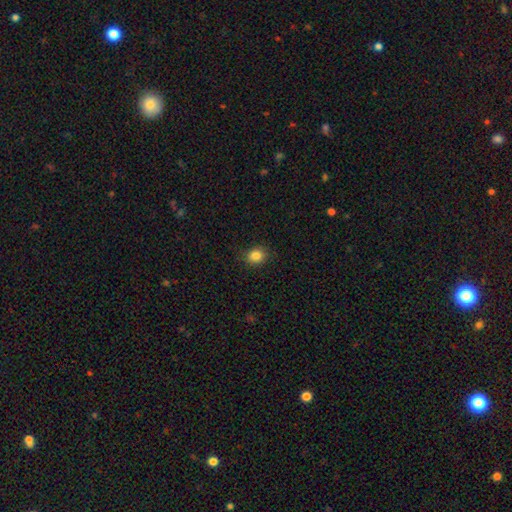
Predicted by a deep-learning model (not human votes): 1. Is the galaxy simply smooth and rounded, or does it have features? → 85% smooth, 11% star or artifact, 4% featured or disk.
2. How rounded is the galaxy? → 62% round, 37% in between, 1% cigar-shaped.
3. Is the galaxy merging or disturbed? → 86% none, 11% minor disturbance, 3% major disturbance, 1% merger.